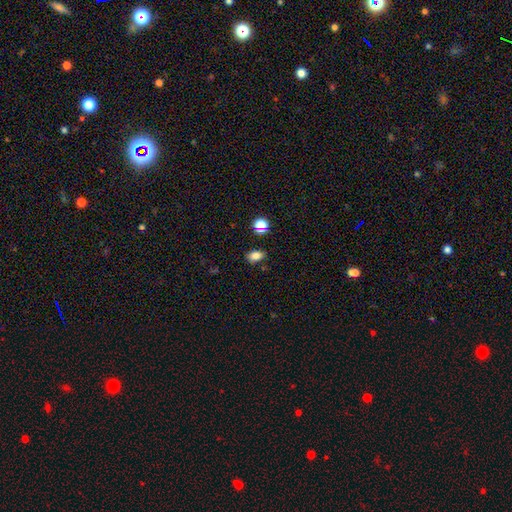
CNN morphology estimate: smooth-or-featured: smooth: 79% | star or artifact: 14% | featured or disk: 7%
  how-rounded: in between: 80% | round: 18% | cigar-shaped: 2%
  merging: none: 81% | minor disturbance: 12% | merger: 4% | major disturbance: 3%